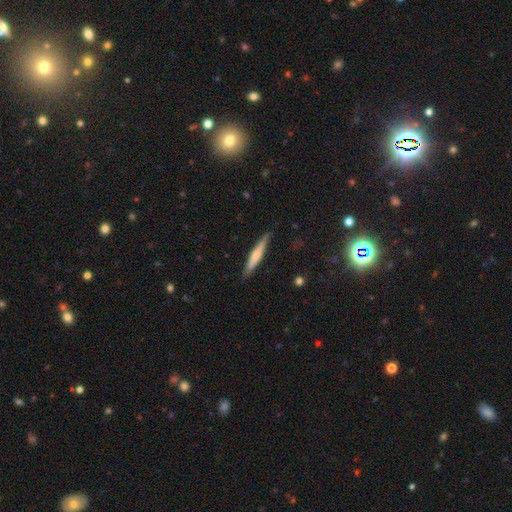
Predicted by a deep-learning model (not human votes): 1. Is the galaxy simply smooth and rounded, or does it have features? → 51% smooth, 43% featured or disk, 6% star or artifact.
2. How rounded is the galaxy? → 94% cigar-shaped, 5% in between, 1% round.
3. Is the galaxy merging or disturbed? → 88% none, 9% minor disturbance, 2% major disturbance, 1% merger.